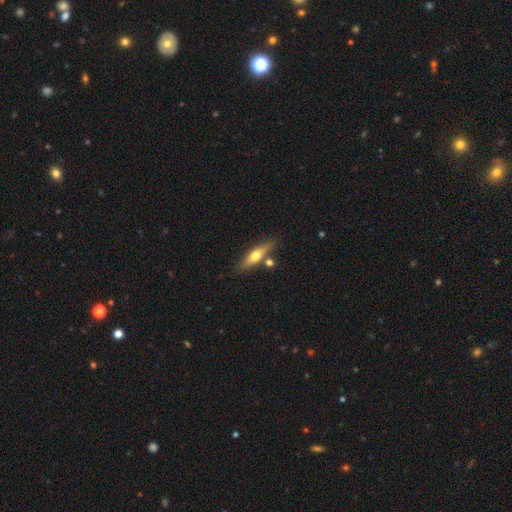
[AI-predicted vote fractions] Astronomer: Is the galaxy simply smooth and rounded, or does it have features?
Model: featured or disk — 49% (runner-up: smooth, 45%).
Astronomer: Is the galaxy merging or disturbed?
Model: none — 74%.